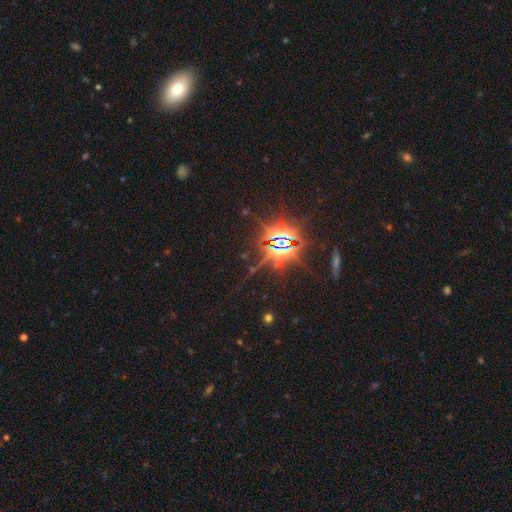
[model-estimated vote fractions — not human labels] smooth_or_featured: star or artifact (p=0.84) [alt: smooth p=0.08]